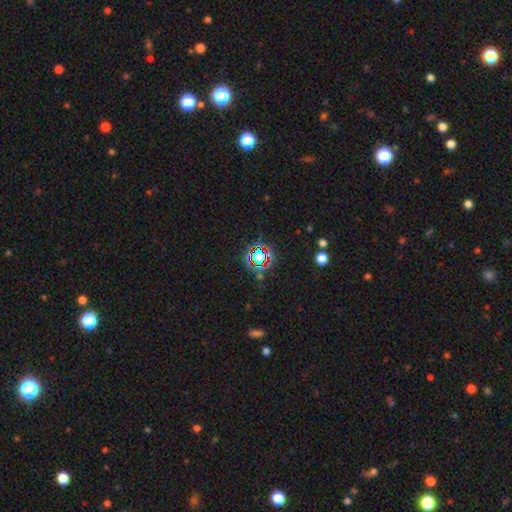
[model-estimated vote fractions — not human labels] Q: Smooth or featured?
A: star or artifact (71%); runner-up: smooth (18%)